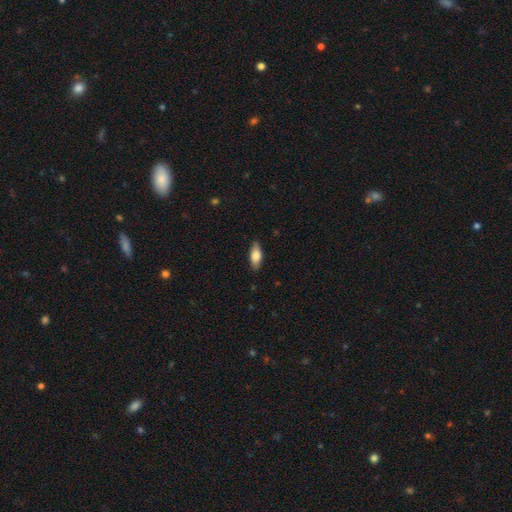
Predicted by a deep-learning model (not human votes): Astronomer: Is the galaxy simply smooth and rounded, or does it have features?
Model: smooth — 77%.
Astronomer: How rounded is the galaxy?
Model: in between — 80%.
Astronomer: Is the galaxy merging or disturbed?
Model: none — 86%.